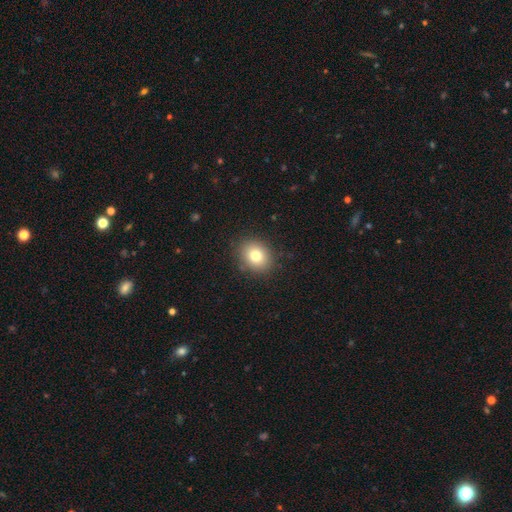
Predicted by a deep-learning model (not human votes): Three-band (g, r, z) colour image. It shows a smooth galaxy with no disk features (79%) that is round (61%). Merging: none (87%).